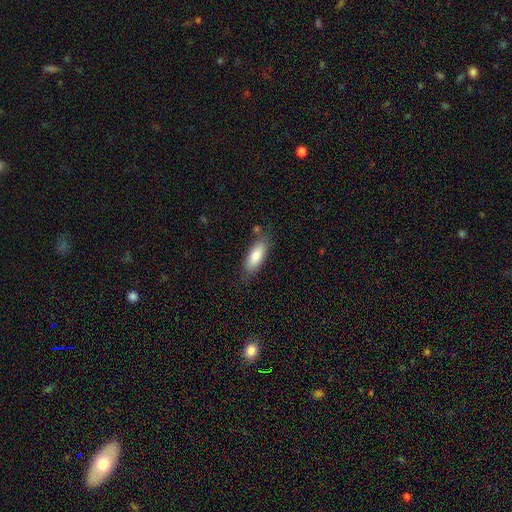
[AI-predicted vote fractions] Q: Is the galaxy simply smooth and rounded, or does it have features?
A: smooth — 81%.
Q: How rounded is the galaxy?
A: in between — 72%.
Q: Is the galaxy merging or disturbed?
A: none — 76%.